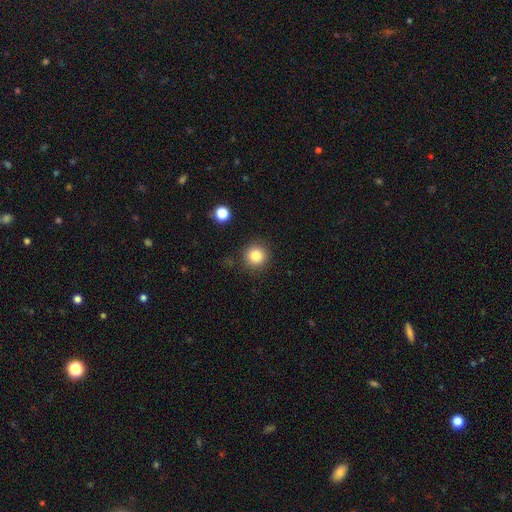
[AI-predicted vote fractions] This appears to be a smooth galaxy with no disk features (83%) that is round (94%). Merging: none (88%).